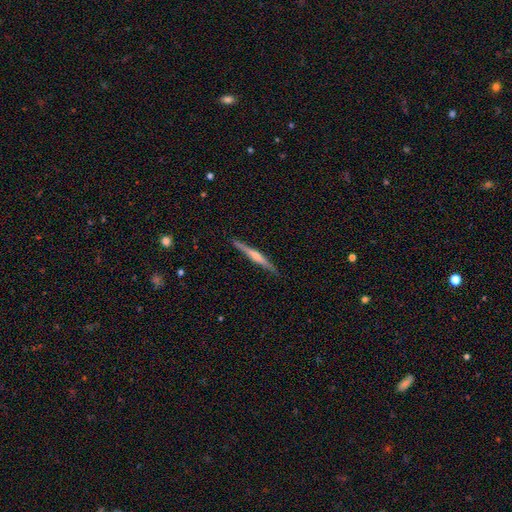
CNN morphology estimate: A featured or disk galaxy (74%) viewed edge-on (98%) with a rounded central bulge (79%). Merging: none (91%).